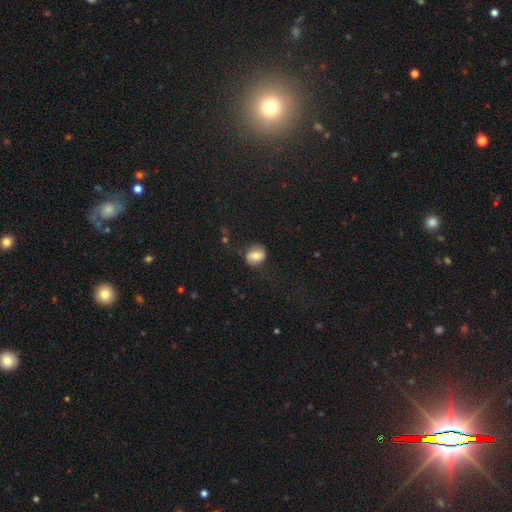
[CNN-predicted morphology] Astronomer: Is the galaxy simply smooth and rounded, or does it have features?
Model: smooth — 69%.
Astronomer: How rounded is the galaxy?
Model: in between — 52% (runner-up: round, 47%).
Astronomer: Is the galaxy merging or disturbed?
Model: none — 74%.